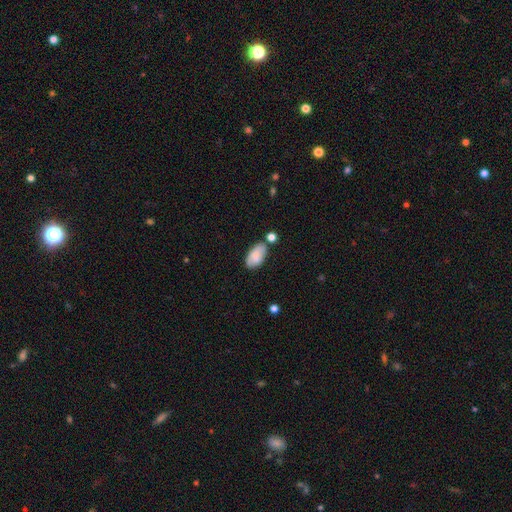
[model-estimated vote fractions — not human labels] Smooth or featured? Predicted: smooth (p=0.78). How rounded? Predicted: in between (p=0.94). Merging? Predicted: none (p=0.64).